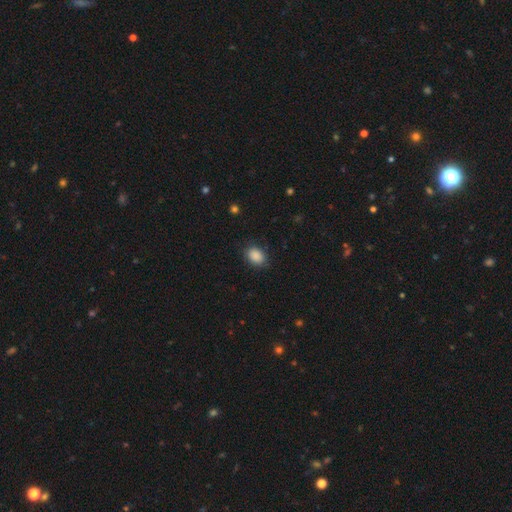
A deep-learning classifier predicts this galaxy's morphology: Smooth or featured?
  - smooth: 88% *
  - star or artifact: 8%
  - featured or disk: 3%
How rounded?
  - in between: 72% *
  - round: 27%
  - cigar-shaped: 1%
Merging?
  - none: 84% *
  - minor disturbance: 12%
  - major disturbance: 3%
  - merger: 1%